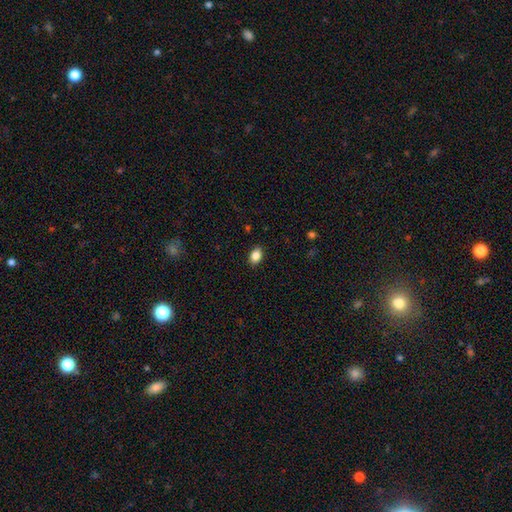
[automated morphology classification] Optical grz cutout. It shows a smooth galaxy with no disk features (86%) that is in between round and cigar-shaped (81%). Merging: none (89%).